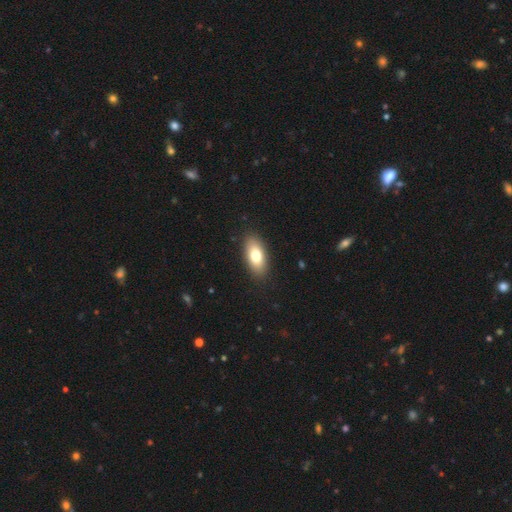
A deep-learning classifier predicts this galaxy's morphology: Overall: smooth (75%). How rounded: in between (89%). Merging: none (88%).